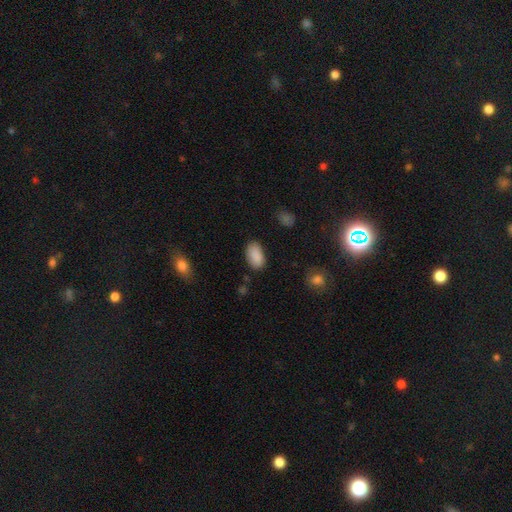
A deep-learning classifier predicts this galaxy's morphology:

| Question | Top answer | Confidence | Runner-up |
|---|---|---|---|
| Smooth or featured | smooth | 89% | star or artifact (7%) |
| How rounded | in between | 94% | round (4%) |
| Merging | none | 82% | minor disturbance (13%) |